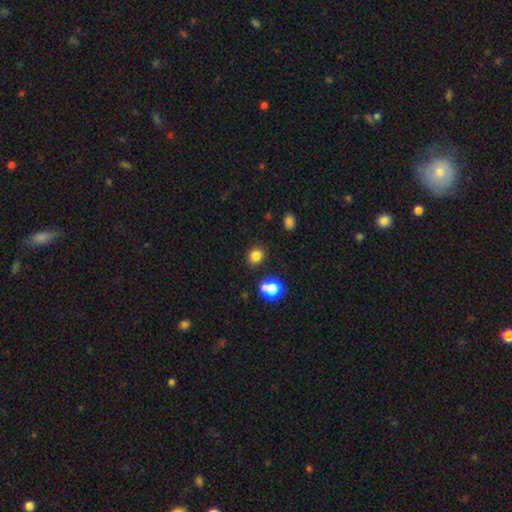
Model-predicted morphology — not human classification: smooth-or-featured: smooth: 81% | star or artifact: 14% | featured or disk: 4%
  how-rounded: round: 78% | in between: 21% | cigar-shaped: 1%
  merging: none: 87% | minor disturbance: 7% | merger: 3% | major disturbance: 3%